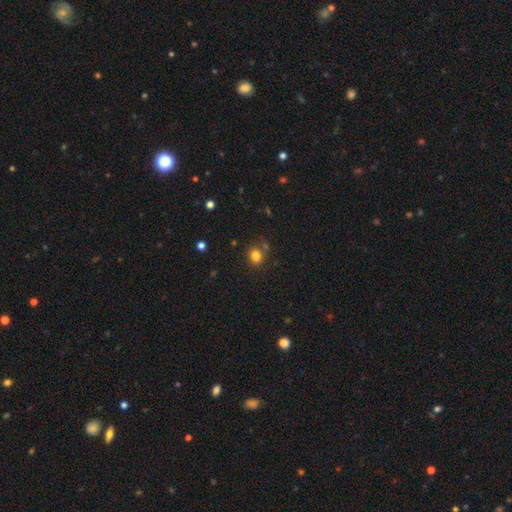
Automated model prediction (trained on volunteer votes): A smooth galaxy with no disk features (80%) that is round (74%).

Vote fractions:
- Smooth or featured? smooth: 80% / star or artifact: 13% / featured or disk: 7%
- How rounded? round: 74% / in between: 25% / cigar-shaped: 1%
- Merging? none: 72% / minor disturbance: 14% / merger: 9% / major disturbance: 5%